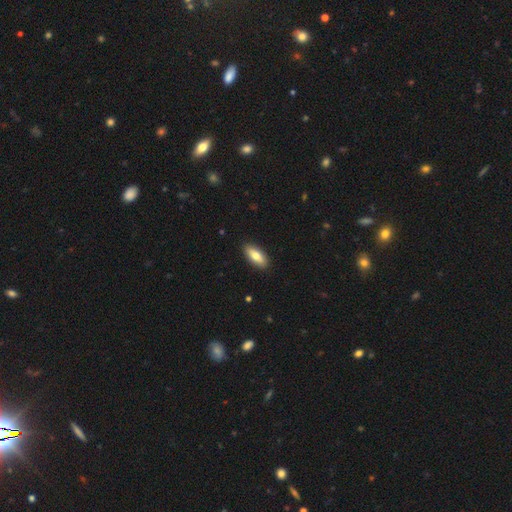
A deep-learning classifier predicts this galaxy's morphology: Smooth or featured? smooth (78%)
How rounded? in between (84%)
Merging? none (90%)